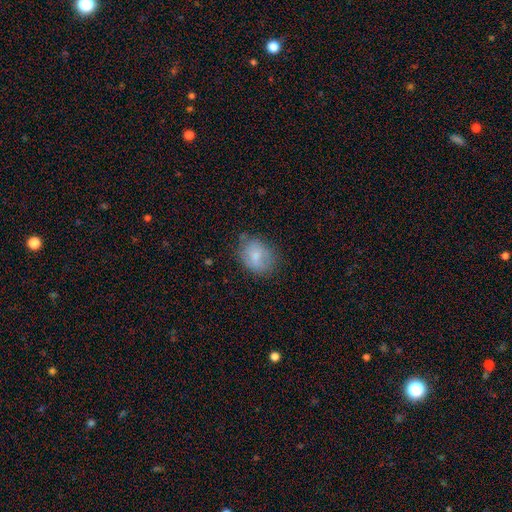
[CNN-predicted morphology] Smooth or featured? smooth (73%)
How rounded? in between (58%)
Merging? none (64%)